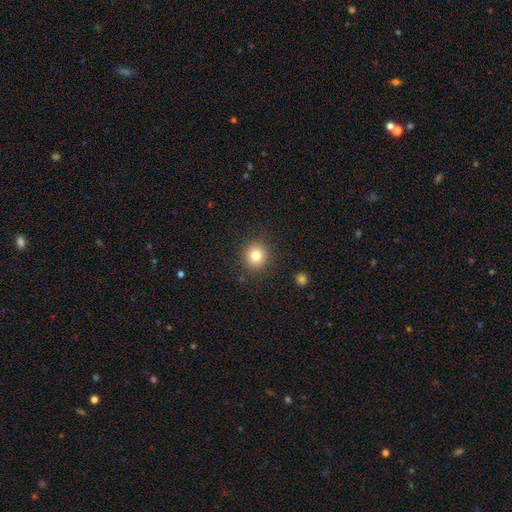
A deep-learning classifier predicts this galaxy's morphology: The model was most divided on "smooth or featured": smooth: 81%, star or artifact: 11%, featured or disk: 7%. More confident: how rounded — round (89%); merging — none (89%).